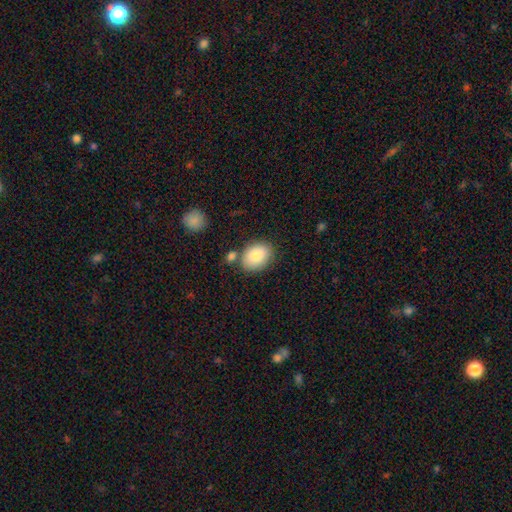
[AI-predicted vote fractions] smooth-or-featured: smooth: 84% | featured or disk: 9% | star or artifact: 7%
  how-rounded: in between: 75% | round: 24% | cigar-shaped: 1%
  merging: none: 72% | minor disturbance: 14% | merger: 10% | major disturbance: 4%